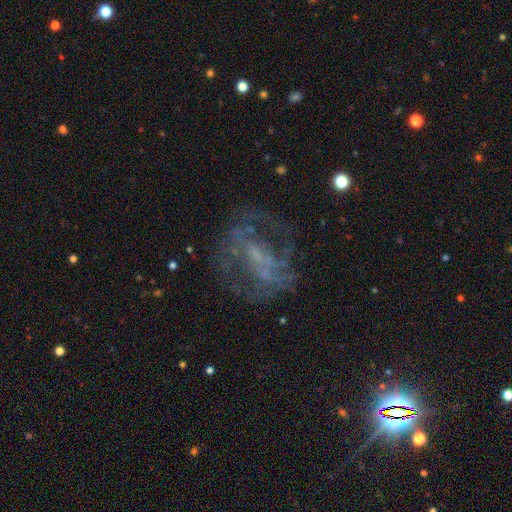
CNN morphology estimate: This appears to be a featured or disk galaxy (60%) with no bar (51%), spiral arms (51%) and no central bulge (46%). Merging: none (58%).